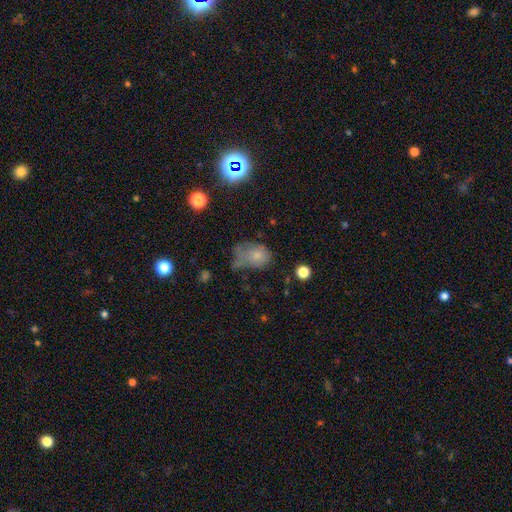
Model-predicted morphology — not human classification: type=smooth (68%); roundness=in between (71%); merging=none (32%).